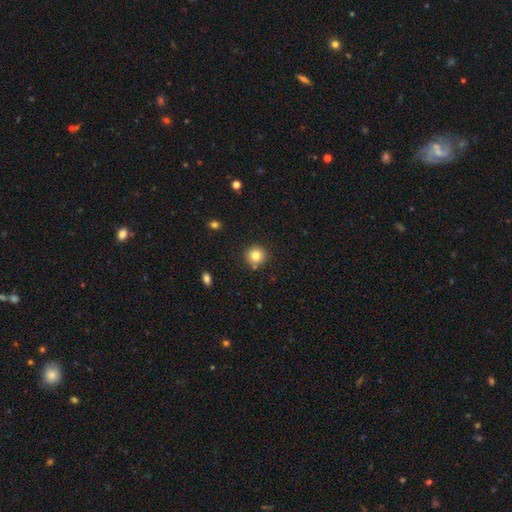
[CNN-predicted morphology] This is likely a smooth galaxy (79%). How rounded: clearly round (94%). Merging: clearly none (85%).